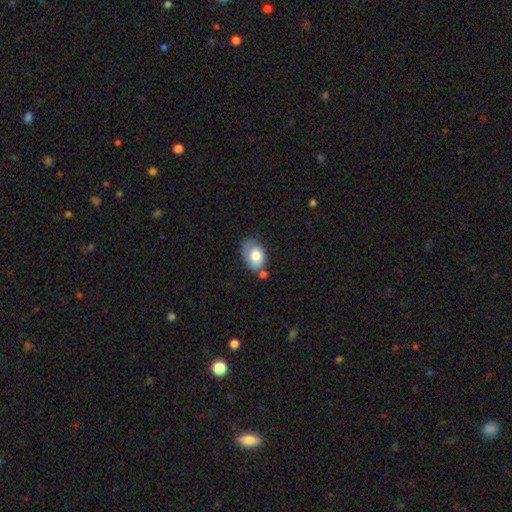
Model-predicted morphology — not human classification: Q: Smooth or featured?
A: smooth (74%); runner-up: featured or disk (19%)
Q: How rounded?
A: in between (80%); runner-up: round (19%)
Q: Merging?
A: none (48%); runner-up: minor disturbance (30%)